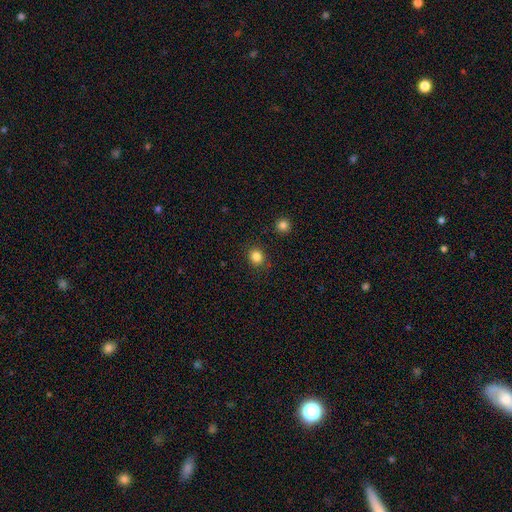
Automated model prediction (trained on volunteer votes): Smooth or featured? smooth (84%)
How rounded? round (82%)
Merging? none (89%)